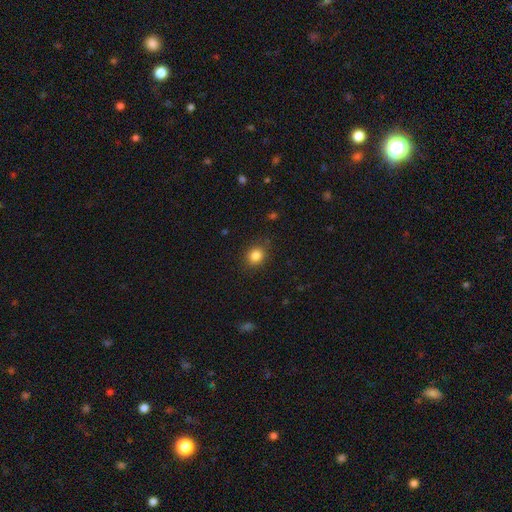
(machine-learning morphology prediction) A smooth galaxy with no disk features (84%) that is round (68%).

Vote fractions:
- Smooth or featured? smooth: 84% / star or artifact: 11% / featured or disk: 5%
- How rounded? round: 68% / in between: 31% / cigar-shaped: 1%
- Merging? none: 85% / minor disturbance: 11% / major disturbance: 3% / merger: 1%